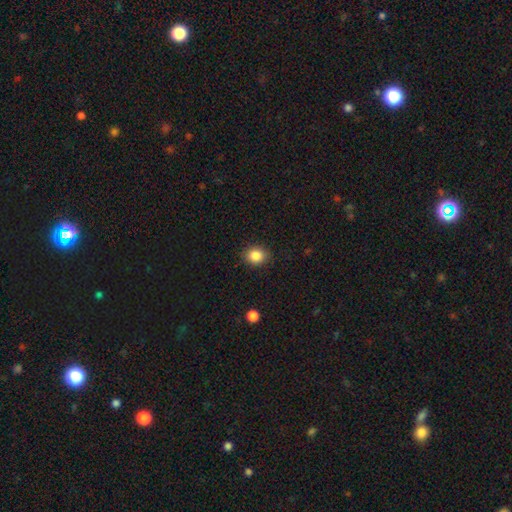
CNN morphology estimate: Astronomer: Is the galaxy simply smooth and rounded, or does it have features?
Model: smooth — 86%.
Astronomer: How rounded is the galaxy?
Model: round — 61% (runner-up: in between, 38%).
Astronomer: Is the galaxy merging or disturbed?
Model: none — 88%.